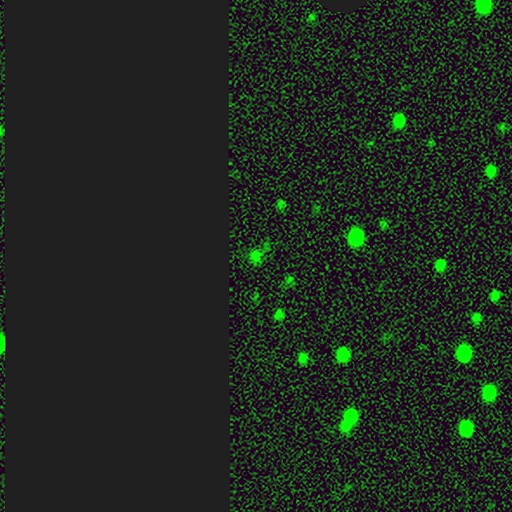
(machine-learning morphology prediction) The model was most divided on "smooth or featured": star or artifact: 70%, smooth: 23%, featured or disk: 7%.